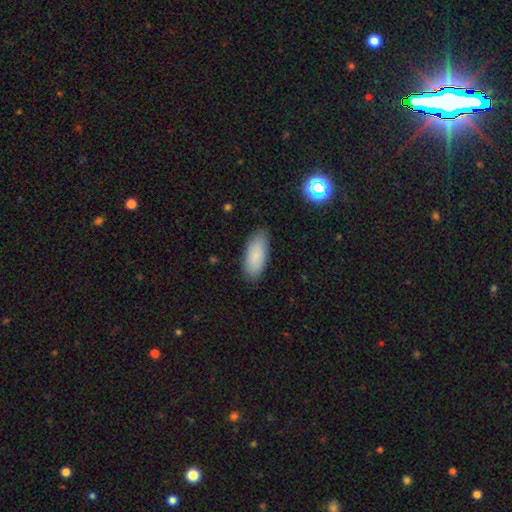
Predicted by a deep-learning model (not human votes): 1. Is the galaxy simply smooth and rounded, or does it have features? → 86% smooth, 7% star or artifact, 7% featured or disk.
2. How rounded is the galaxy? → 81% in between, 17% cigar-shaped, 2% round.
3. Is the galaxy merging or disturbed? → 86% none, 11% minor disturbance, 2% major disturbance, 1% merger.